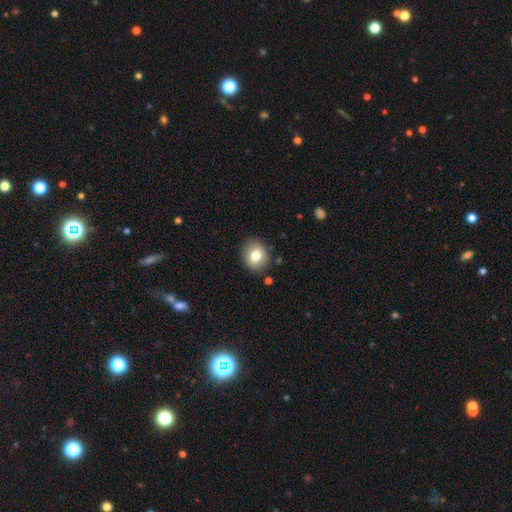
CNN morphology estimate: A smooth galaxy with no disk features (79%) that is round (69%). Merging: none (86%).